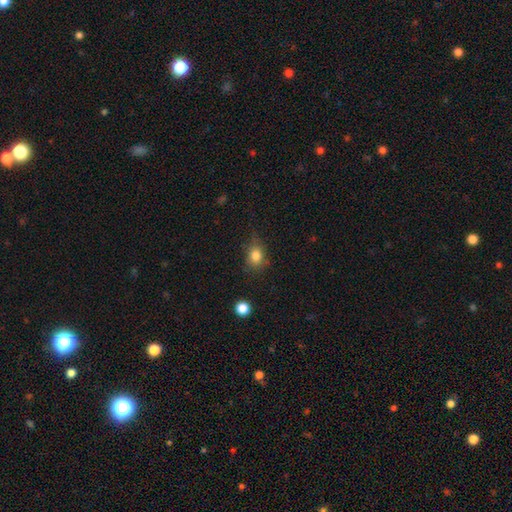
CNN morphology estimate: This appears to be a smooth galaxy with no disk features (81%) that is round (51%). Merging: none (66%).